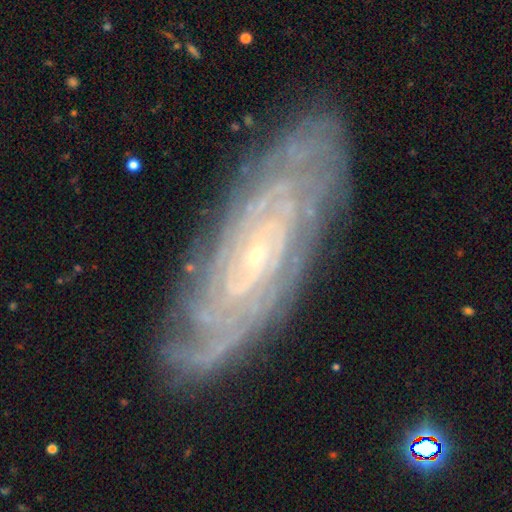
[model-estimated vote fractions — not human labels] Overall: featured or disk (85%). Edge-on disk: no (88%). Bar: no (61%; weak 28%). Spiral arms: yes (96%). Spiral arm count: can't tell (39%; more than 4 15%). Spiral winding: tight (81%). Bulge size: small (85%). Merging: none (83%).